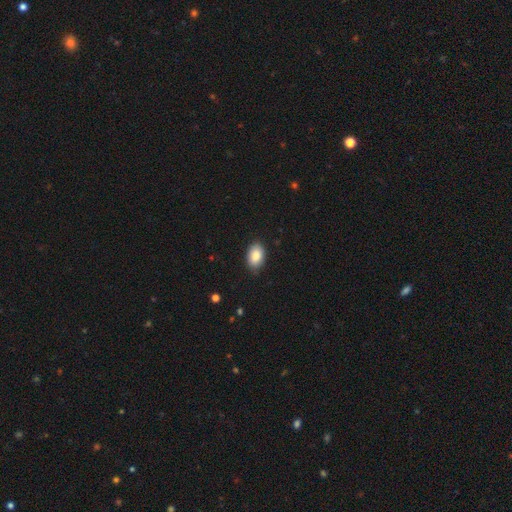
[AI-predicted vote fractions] Overall: smooth (88%). How rounded: in between (90%). Merging: none (86%).